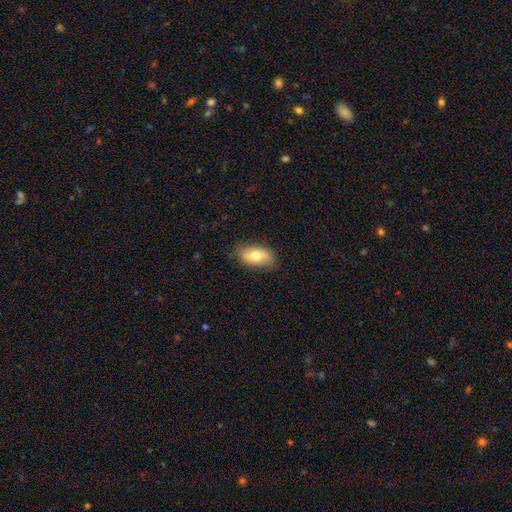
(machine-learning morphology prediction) Overall: smooth (69%). How rounded: in between (91%). Merging: none (82%).